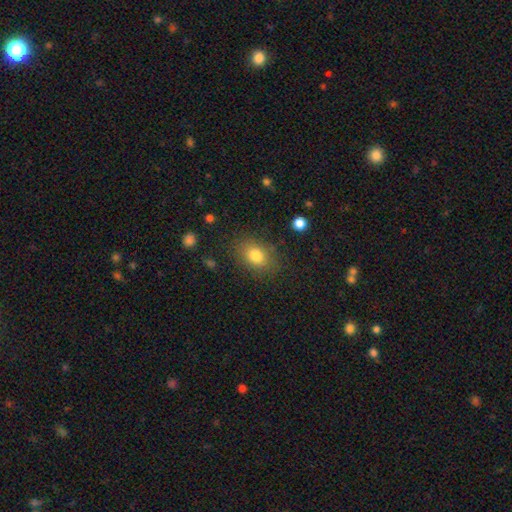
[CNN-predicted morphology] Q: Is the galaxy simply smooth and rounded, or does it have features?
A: smooth — 81%.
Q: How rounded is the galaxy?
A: in between — 71%.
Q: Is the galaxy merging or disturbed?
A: none — 80%.